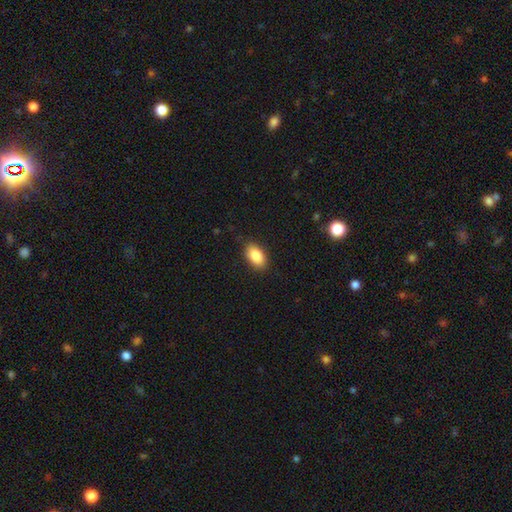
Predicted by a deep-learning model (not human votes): Smooth or featured?
  - smooth: 86% *
  - star or artifact: 8%
  - featured or disk: 6%
How rounded?
  - in between: 92% *
  - round: 6%
  - cigar-shaped: 2%
Merging?
  - none: 86% *
  - minor disturbance: 10%
  - major disturbance: 2%
  - merger: 1%